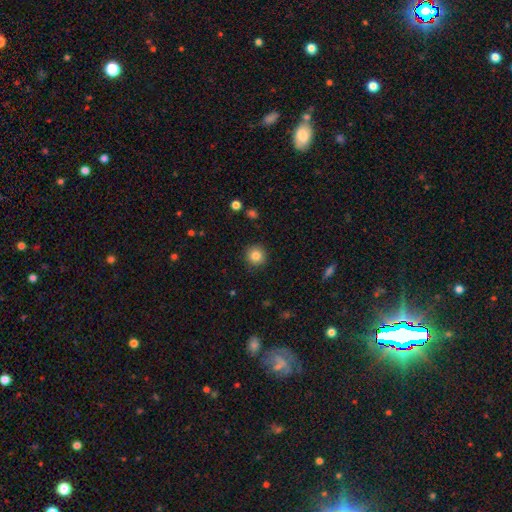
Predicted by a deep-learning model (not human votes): A smooth galaxy with no disk features (84%) that is round (94%).

Vote fractions:
- Smooth or featured? smooth: 84% / star or artifact: 10% / featured or disk: 6%
- How rounded? round: 94% / in between: 5% / cigar-shaped: 1%
- Merging? none: 91% / minor disturbance: 6% / major disturbance: 2% / merger: 1%